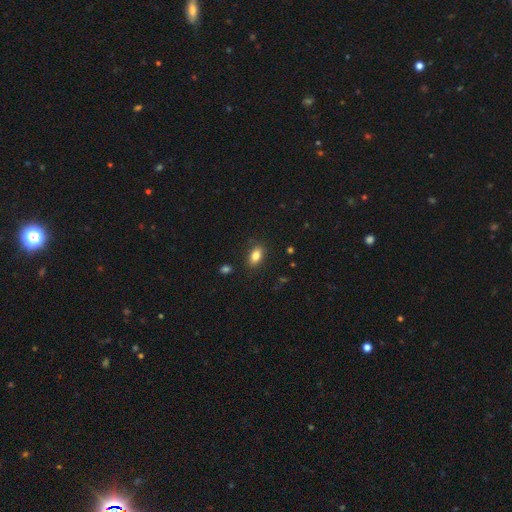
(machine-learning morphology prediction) This is clearly a smooth galaxy (83%). How rounded: clearly in between (88%). Merging: clearly none (86%).